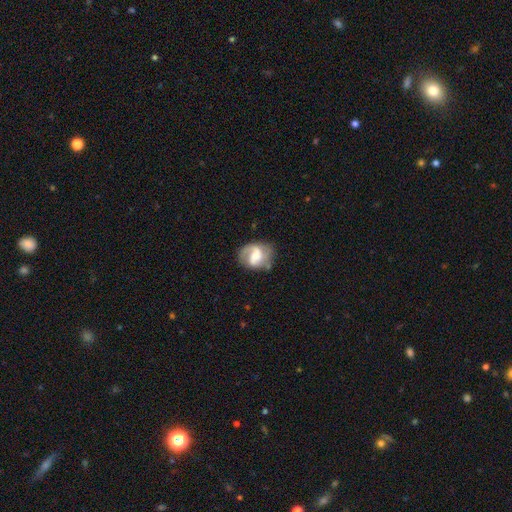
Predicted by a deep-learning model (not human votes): Morphology: type=featured or disk (63%); edge-on=no (97%); bar=weak (44%); spiral arms=yes (84%); winding=medium (43%); arm count=2 (65%); bulge=large (28%, tied with moderate); merging=none (57%).